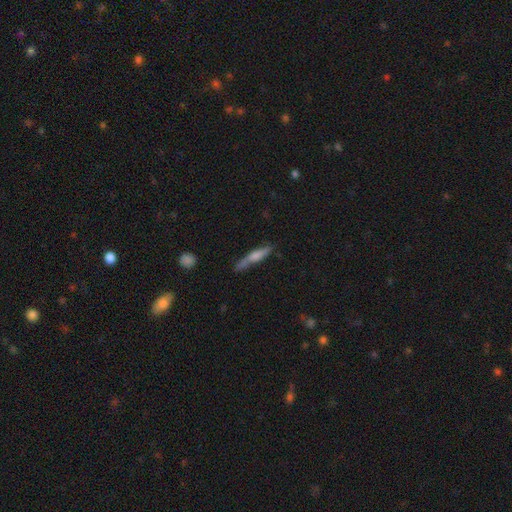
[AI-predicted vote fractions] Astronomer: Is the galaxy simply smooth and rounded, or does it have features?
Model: featured or disk — 53% (runner-up: smooth, 39%).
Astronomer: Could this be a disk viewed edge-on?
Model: yes — 89%.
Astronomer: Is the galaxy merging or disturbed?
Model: none — 72%.